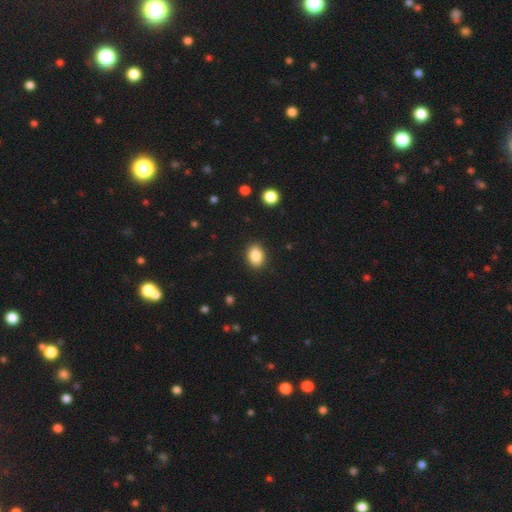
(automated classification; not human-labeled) Overall: smooth (87%). How rounded: in between (68%; round 31%). Merging: none (90%).